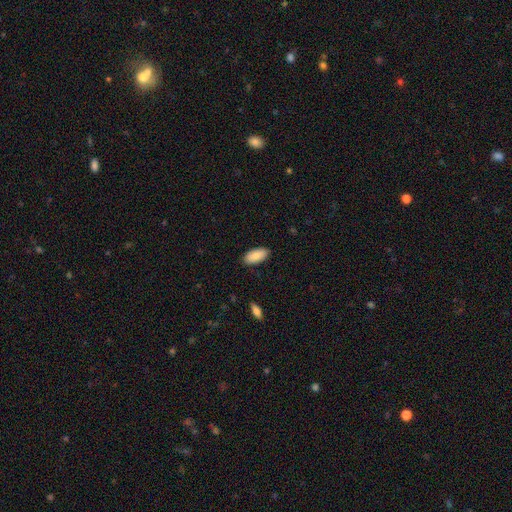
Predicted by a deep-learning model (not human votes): Smooth or featured? Predicted: smooth (p=0.86). How rounded? Predicted: in between (p=0.92). Merging? Predicted: none (p=0.88).